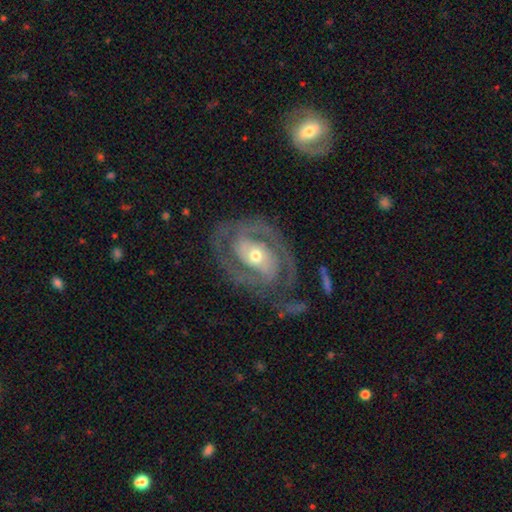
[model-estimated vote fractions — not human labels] This is clearly a featured or disk galaxy (88%). It is clearly not viewed edge-on (97%). Bar: possibly no (48%). Spiral arm pattern: clearly yes (91%). Spiral arm count: likely 2 (71%). Spiral winding: possibly tight (58%). Central bulge: possibly moderate (55%). Merging: likely none (69%).